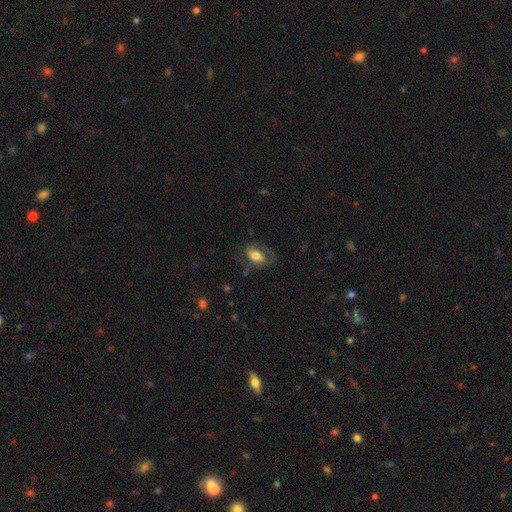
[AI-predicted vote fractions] This is possibly a smooth galaxy (57%). How rounded: clearly in between (89%). Merging: likely none (60%).